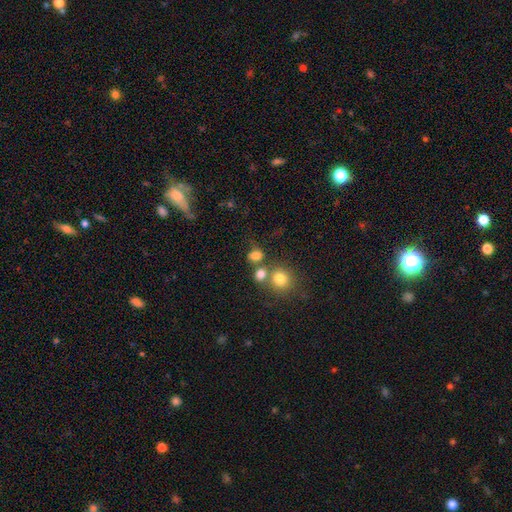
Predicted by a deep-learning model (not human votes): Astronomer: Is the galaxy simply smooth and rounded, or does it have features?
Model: smooth — 77%.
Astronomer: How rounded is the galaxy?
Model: in between — 49%, tied with round at 49%.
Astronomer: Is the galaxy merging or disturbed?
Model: none — 46% (runner-up: merger, 31%).